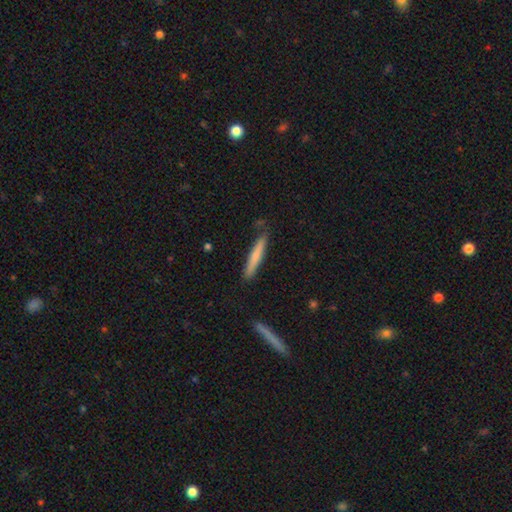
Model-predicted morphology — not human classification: Smooth or featured: smooth — 68% (featured or disk — 26%)
How rounded: cigar-shaped — 95% (in between — 4%)
Merging: none — 79% (minor disturbance — 15%)